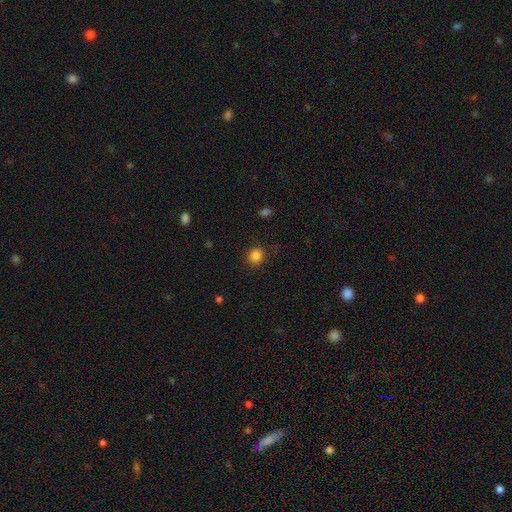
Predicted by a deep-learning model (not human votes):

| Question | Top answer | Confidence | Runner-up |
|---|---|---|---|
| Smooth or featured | smooth | 84% | star or artifact (12%) |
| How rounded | round | 84% | in between (15%) |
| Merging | none | 86% | minor disturbance (10%) |